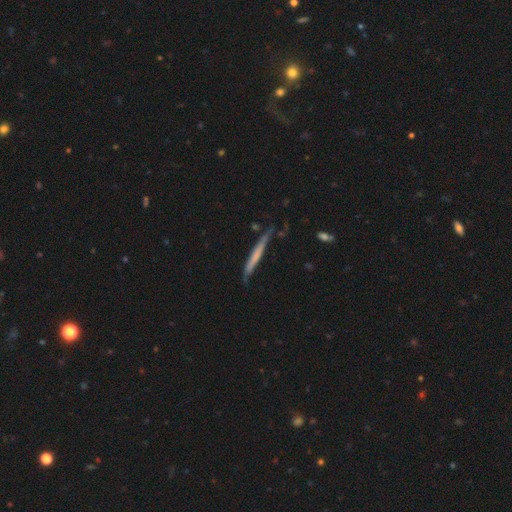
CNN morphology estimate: smooth 48%, featured or disk 46%, star or artifact 6%. Down the decision tree: merging — none (70%).